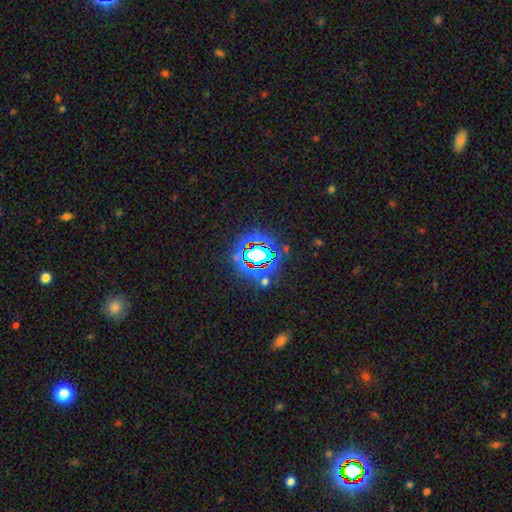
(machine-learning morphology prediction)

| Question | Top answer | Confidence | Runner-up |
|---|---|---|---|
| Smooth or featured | star or artifact | 70% | smooth (17%) |